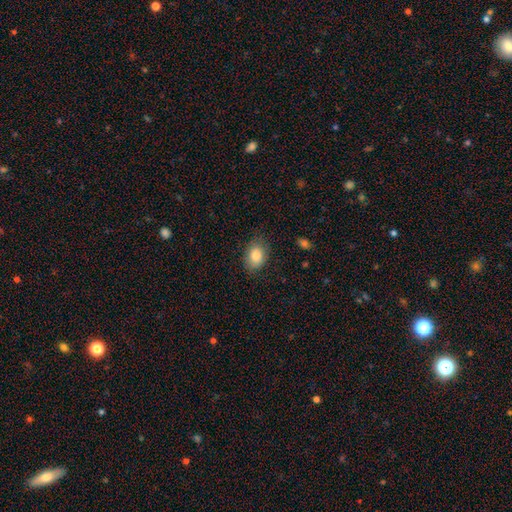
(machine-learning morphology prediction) Smooth or featured: smooth — 84% (featured or disk — 8%)
How rounded: in between — 74% (round — 25%)
Merging: none — 78% (minor disturbance — 17%)